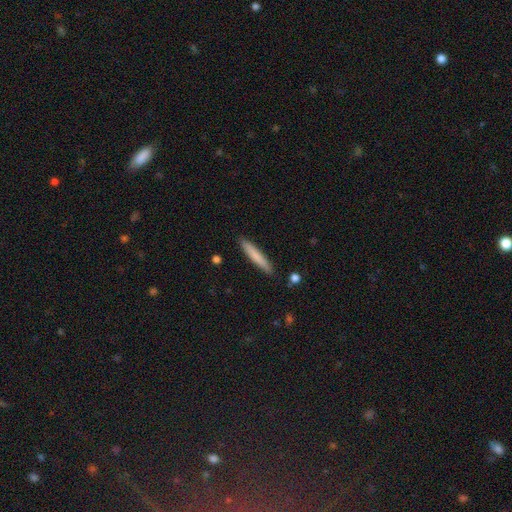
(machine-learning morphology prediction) smooth-or-featured: smooth: 77% | featured or disk: 17% | star or artifact: 5%
  how-rounded: cigar-shaped: 94% | in between: 5% | round: 1%
  merging: none: 90% | minor disturbance: 7% | major disturbance: 1% | merger: 1%